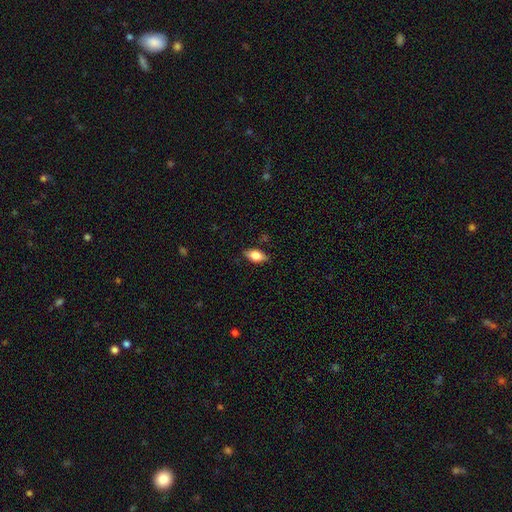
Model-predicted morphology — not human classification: This is likely a smooth galaxy (72%). How rounded: clearly in between (86%). Merging: clearly none (81%).